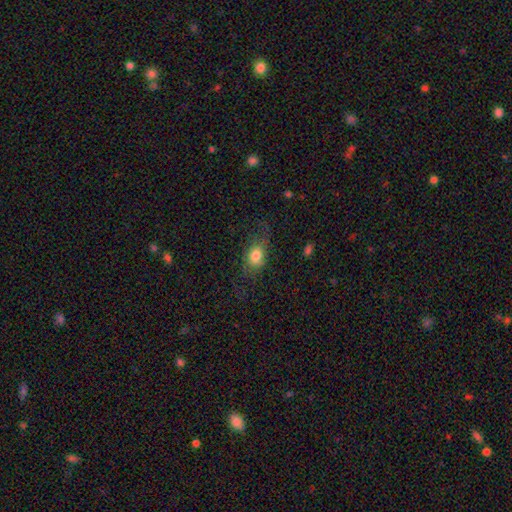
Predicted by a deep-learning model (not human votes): smooth-or-featured: smooth: 70% | featured or disk: 20% | star or artifact: 10%
  how-rounded: in between: 63% | round: 33% | cigar-shaped: 3%
  merging: none: 48% | major disturbance: 28% | minor disturbance: 23% | merger: 2%